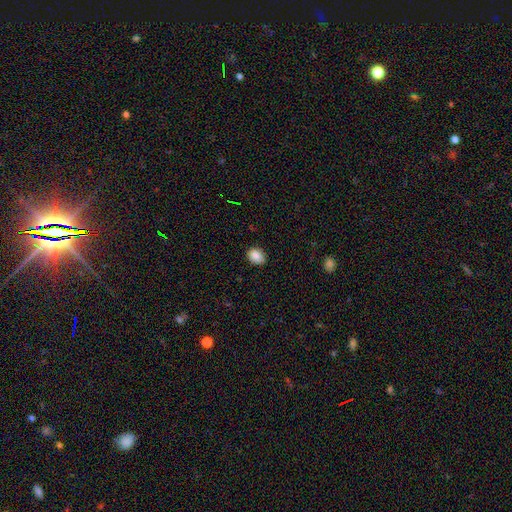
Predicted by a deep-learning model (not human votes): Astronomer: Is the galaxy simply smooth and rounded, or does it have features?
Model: smooth — 88%.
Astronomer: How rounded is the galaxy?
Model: in between — 69%.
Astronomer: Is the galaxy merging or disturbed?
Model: none — 82%.